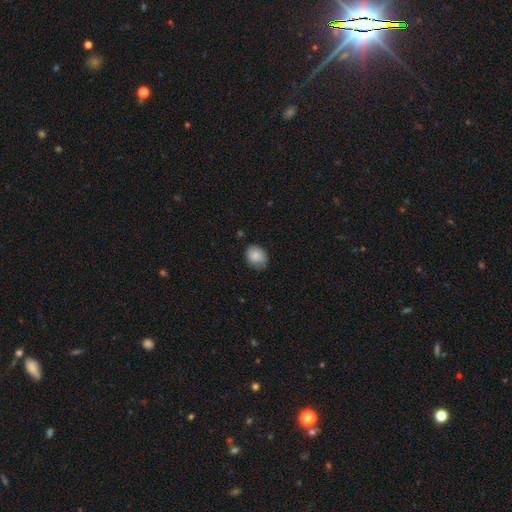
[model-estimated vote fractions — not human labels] This is clearly a smooth galaxy (86%). How rounded: possibly round (53%). Merging: likely none (68%).